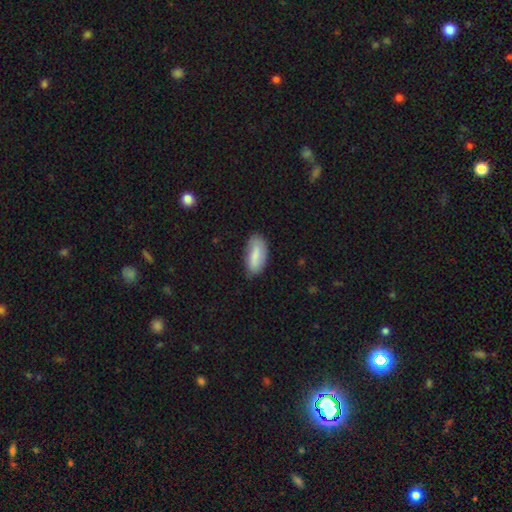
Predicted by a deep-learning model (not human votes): smooth-or-featured: smooth: 82% | featured or disk: 12% | star or artifact: 6%
  how-rounded: in between: 89% | cigar-shaped: 9% | round: 2%
  merging: none: 72% | minor disturbance: 22% | major disturbance: 4% | merger: 2%